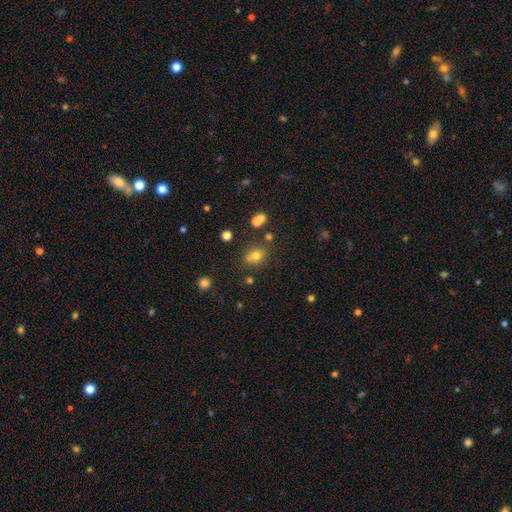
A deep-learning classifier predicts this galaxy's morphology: The model was most divided on "how rounded": round: 69%, in between: 30%, cigar-shaped: 1%. More confident: smooth or featured — smooth (72%); merging — none (65%).